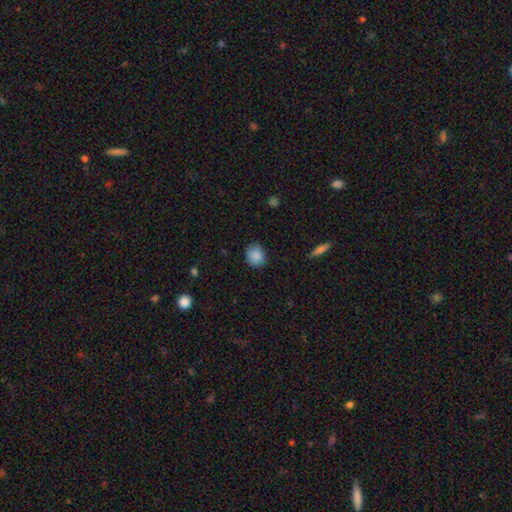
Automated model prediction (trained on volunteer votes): smooth 87%, star or artifact 8%, featured or disk 5%. Down the decision tree: how rounded — round (72%); merging — none (80%).